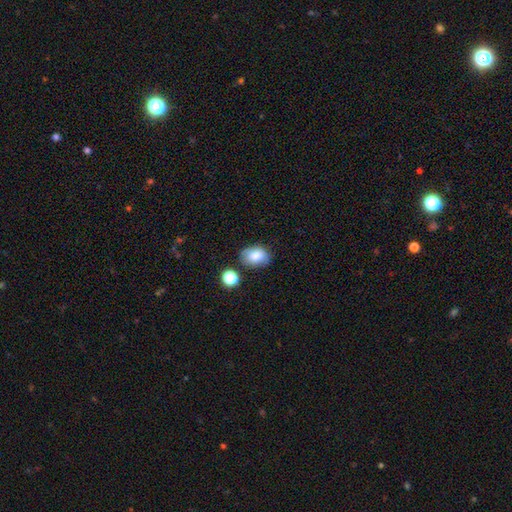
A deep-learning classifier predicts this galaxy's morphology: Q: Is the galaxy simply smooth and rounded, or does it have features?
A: smooth — 80%.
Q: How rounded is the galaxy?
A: in between — 71%.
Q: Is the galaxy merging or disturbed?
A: none — 71%.